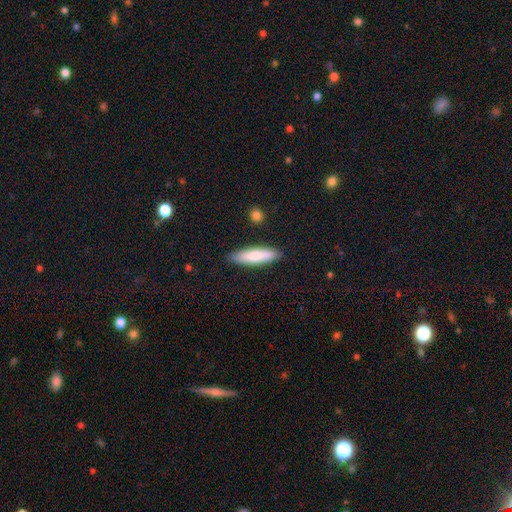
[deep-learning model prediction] This is likely a smooth galaxy (77%). How rounded: likely cigar-shaped (68%). Merging: clearly none (87%).